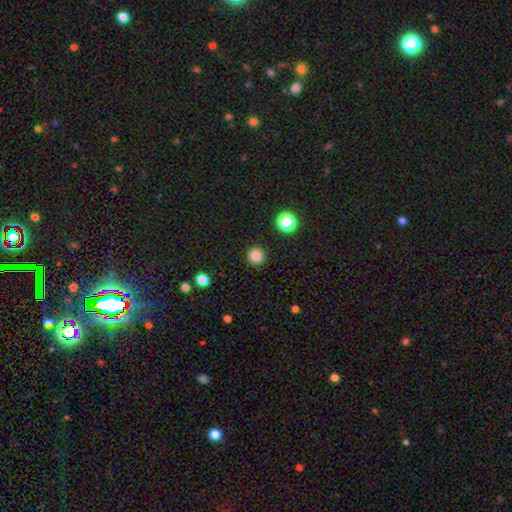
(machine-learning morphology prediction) Smooth or featured: smooth — 85% (star or artifact — 12%)
How rounded: round — 94% (in between — 5%)
Merging: none — 91% (minor disturbance — 5%)